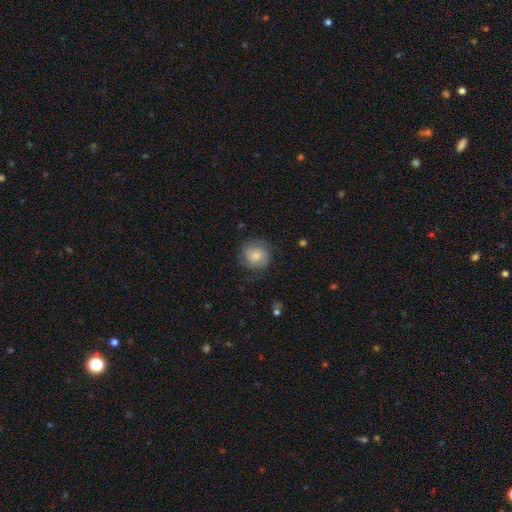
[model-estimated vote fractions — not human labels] A smooth galaxy with no disk features (76%) that is round (89%). Merging: none (73%).